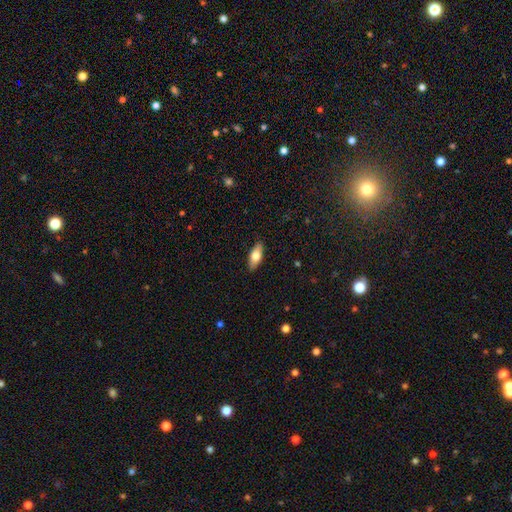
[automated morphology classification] This is likely a smooth galaxy (69%). How rounded: likely in between (77%). Merging: clearly none (88%).